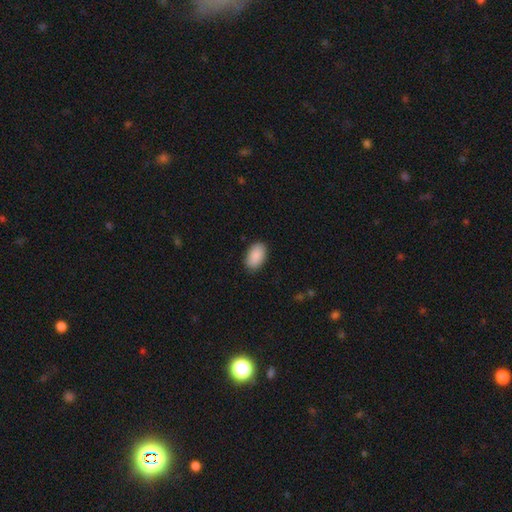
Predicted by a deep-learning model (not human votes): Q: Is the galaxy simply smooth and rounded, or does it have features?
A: smooth — 90%.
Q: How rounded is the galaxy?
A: in between — 93%.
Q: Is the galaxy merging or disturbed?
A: none — 87%.